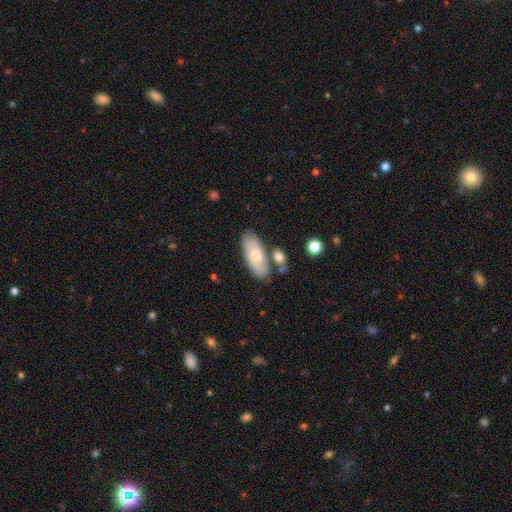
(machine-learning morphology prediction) Smooth or featured? smooth (58%)
How rounded? in between (84%)
Merging? none (67%)